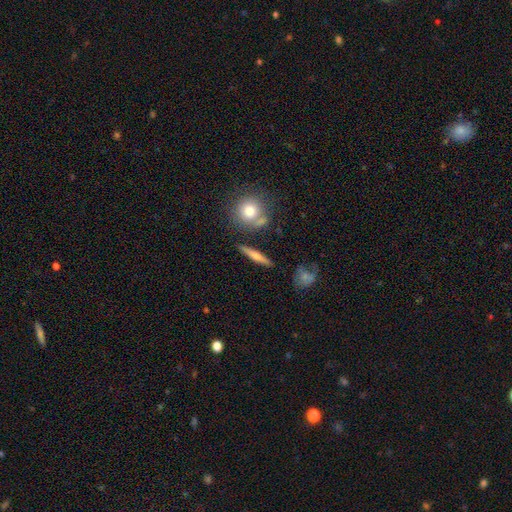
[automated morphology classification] A smooth galaxy with no disk features (52%) that is cigar-shaped (81%).

Vote fractions:
- Smooth or featured? smooth: 52% / featured or disk: 41% / star or artifact: 7%
- How rounded? cigar-shaped: 81% / in between: 12% / round: 7%
- Merging? none: 84% / minor disturbance: 8% / merger: 5% / major disturbance: 3%